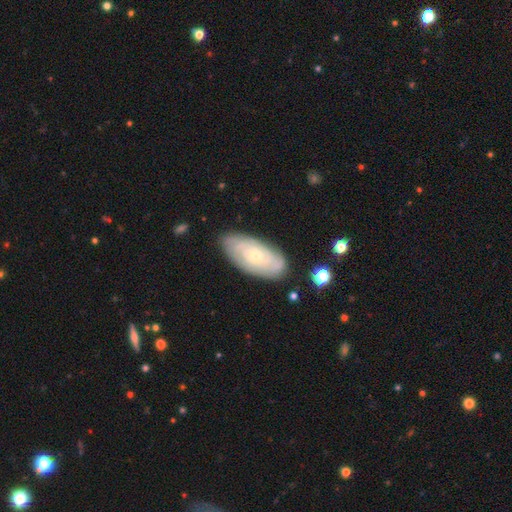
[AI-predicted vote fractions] featured or disk 69%, smooth 25%, star or artifact 6%. Down the decision tree: edge-on disk — no (91%); bar — no (80%); spiral arms — yes (83%); spiral arm count — can't tell (56%); spiral winding — tight (76%); bulge size — small (66%); merging — none (80%).